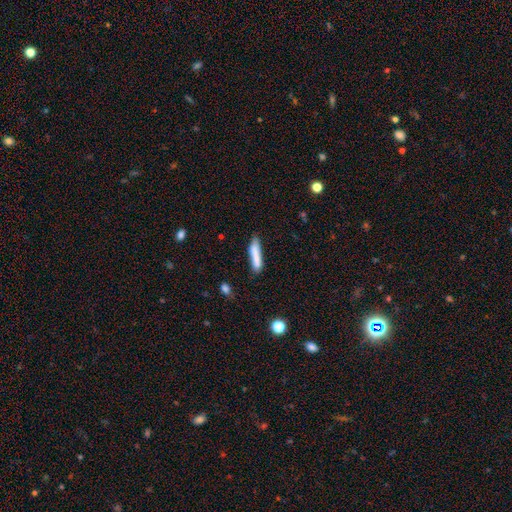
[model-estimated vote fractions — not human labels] Overall: smooth (75%). How rounded: cigar-shaped (83%). Merging: none (66%).